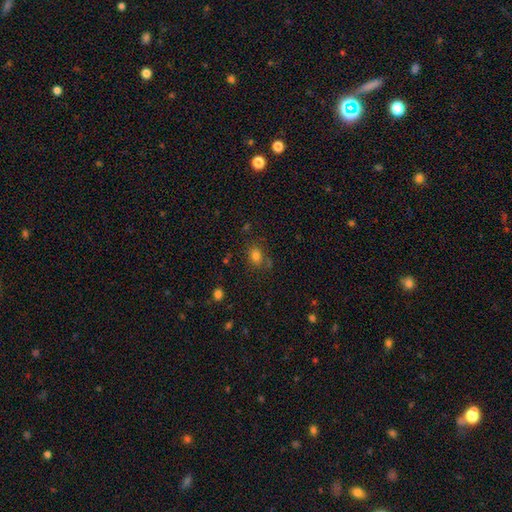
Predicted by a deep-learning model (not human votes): A smooth galaxy with no disk features (79%) that is in between round and cigar-shaped (61%). Merging: none (72%).